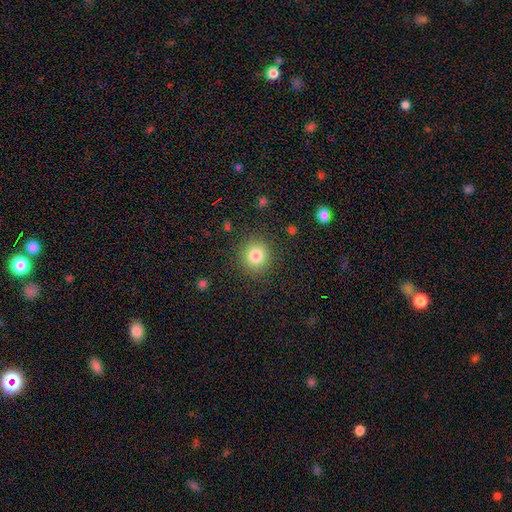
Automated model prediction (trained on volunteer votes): Smooth or featured: smooth — 82% (star or artifact — 11%)
How rounded: round — 90% (in between — 9%)
Merging: none — 89% (minor disturbance — 7%)